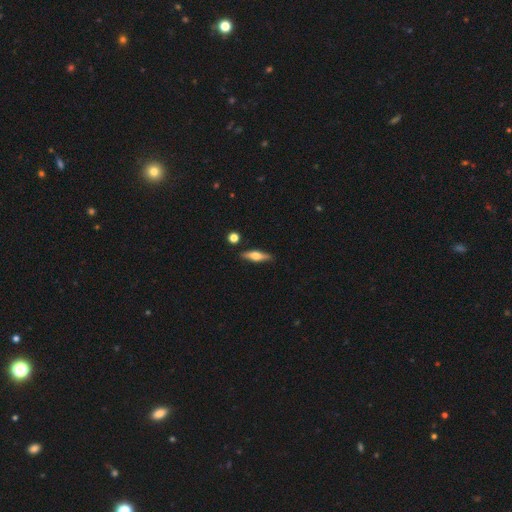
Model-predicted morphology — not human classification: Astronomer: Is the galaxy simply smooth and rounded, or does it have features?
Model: featured or disk — 49% (runner-up: smooth, 45%).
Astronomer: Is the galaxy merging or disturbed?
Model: none — 86%.